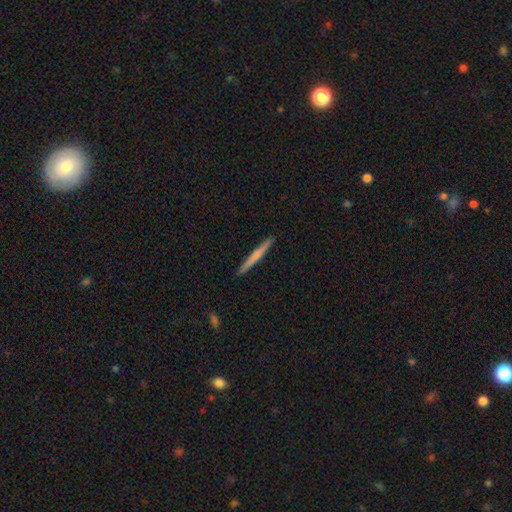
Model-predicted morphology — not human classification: A smooth galaxy with no disk features (58%) that is cigar-shaped (97%). Merging: none (92%).